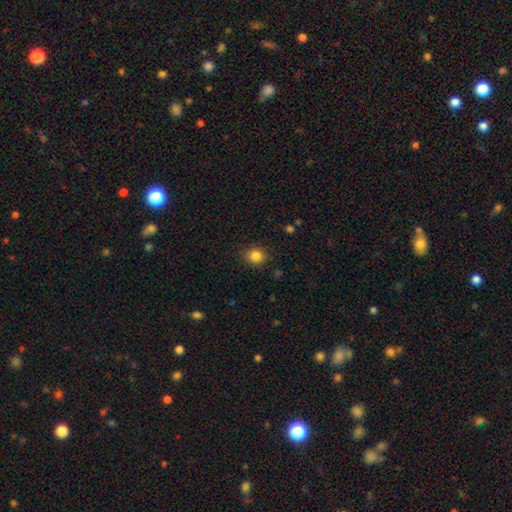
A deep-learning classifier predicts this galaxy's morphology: A smooth galaxy with no disk features (85%) that is round (84%). Merging: none (89%).